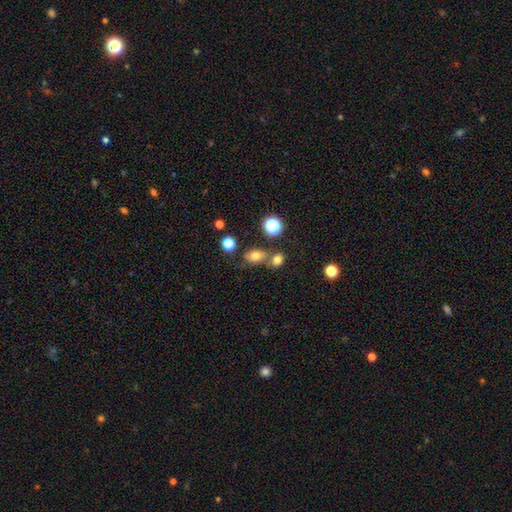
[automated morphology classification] This appears to be a smooth galaxy with no disk features (73%) that is in between round and cigar-shaped (73%). Merging: none (58%).